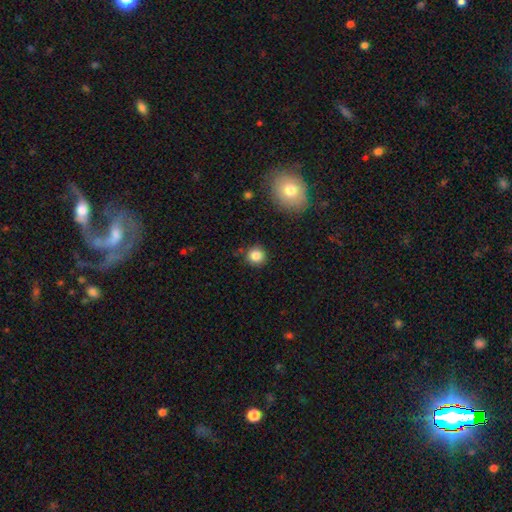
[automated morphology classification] Smooth or featured: smooth — 84% (star or artifact — 11%)
How rounded: round — 92% (in between — 7%)
Merging: none — 87% (minor disturbance — 8%)